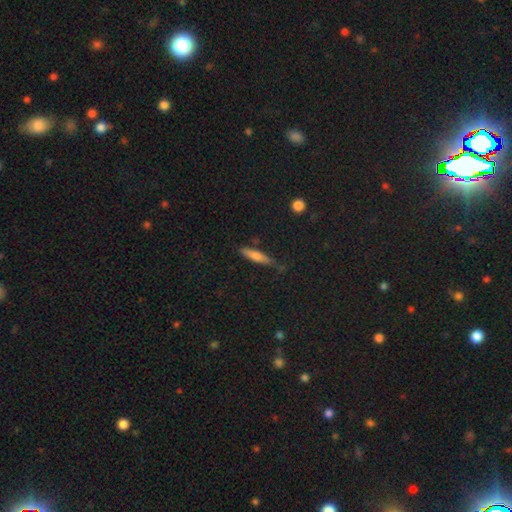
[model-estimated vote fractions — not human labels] Smooth or featured? smooth (69%)
How rounded? cigar-shaped (80%)
Merging? none (70%)